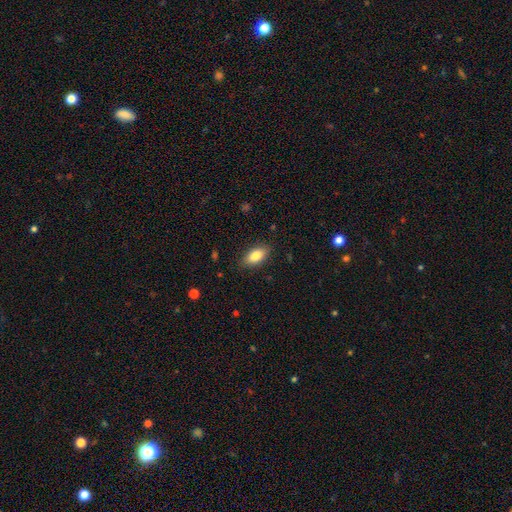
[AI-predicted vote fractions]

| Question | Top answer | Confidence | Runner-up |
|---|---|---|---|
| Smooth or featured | smooth | 83% | featured or disk (10%) |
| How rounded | in between | 90% | cigar-shaped (7%) |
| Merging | none | 86% | minor disturbance (10%) |